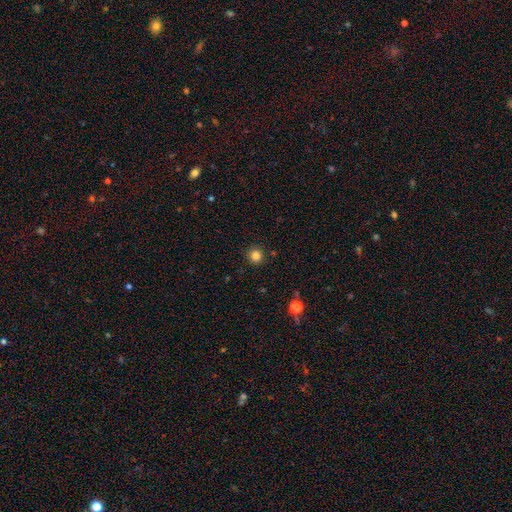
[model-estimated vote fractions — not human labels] A smooth galaxy with no disk features (83%) that is round (94%).

Vote fractions:
- Smooth or featured? smooth: 83% / star or artifact: 13% / featured or disk: 4%
- How rounded? round: 94% / in between: 5% / cigar-shaped: 1%
- Merging? none: 91% / minor disturbance: 5% / major disturbance: 2% / merger: 1%